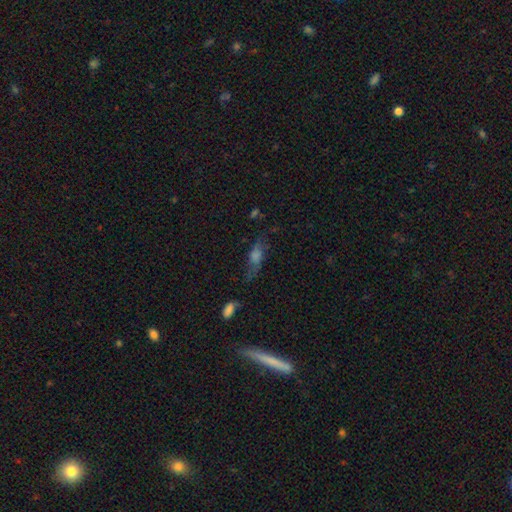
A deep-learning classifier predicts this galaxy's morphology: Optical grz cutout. It shows a smooth galaxy with no disk features (45%). Merging: none (56%).